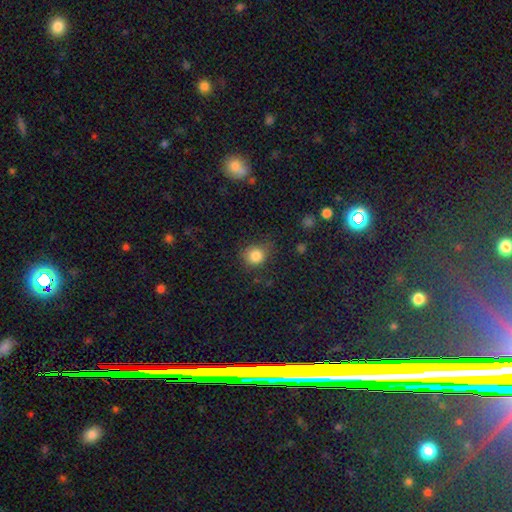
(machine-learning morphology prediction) Smooth or featured: smooth — 83% (star or artifact — 11%)
How rounded: round — 79% (in between — 20%)
Merging: none — 69% (minor disturbance — 22%)